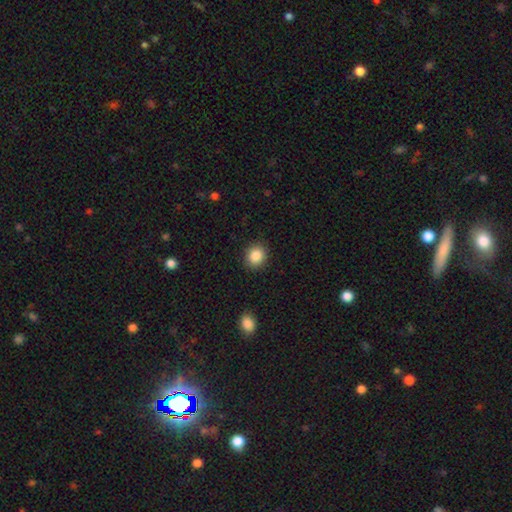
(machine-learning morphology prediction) Smooth or featured? smooth (87%)
How rounded? round (71%)
Merging? none (89%)